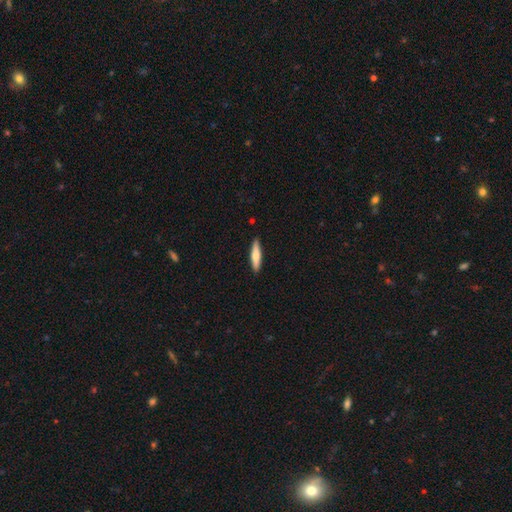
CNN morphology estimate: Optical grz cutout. It shows a smooth galaxy with no disk features (67%) that is cigar-shaped (81%). Merging: none (90%).